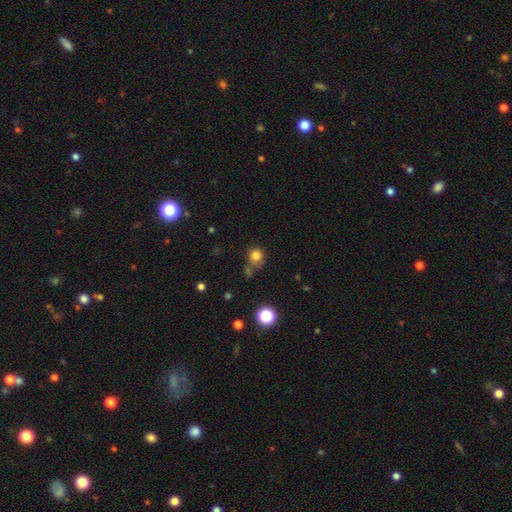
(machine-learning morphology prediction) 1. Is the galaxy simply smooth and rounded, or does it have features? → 80% smooth, 14% star or artifact, 6% featured or disk.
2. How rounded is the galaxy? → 88% round, 11% in between, 1% cigar-shaped.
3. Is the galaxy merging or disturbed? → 63% none, 16% minor disturbance, 15% merger, 7% major disturbance.